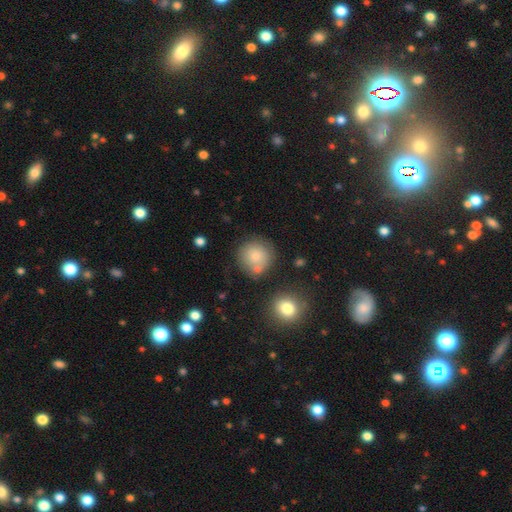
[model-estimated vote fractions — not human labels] smooth_or_featured: smooth (p=0.78) [alt: featured or disk p=0.13]
how_rounded: round (p=0.92) [alt: in between p=0.07]
merging: none (p=0.67) [alt: minor disturbance p=0.15]